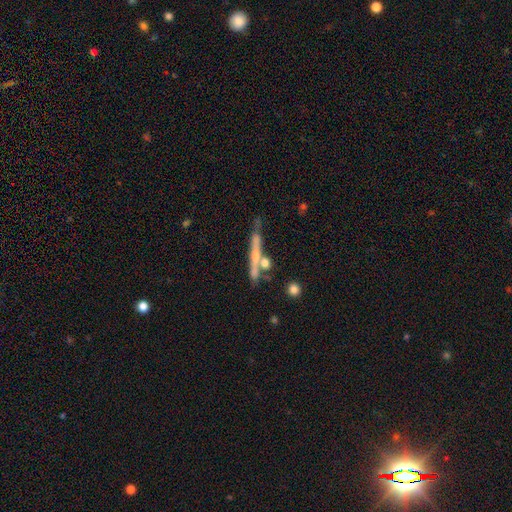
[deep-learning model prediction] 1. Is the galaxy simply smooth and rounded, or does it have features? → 61% featured or disk, 31% smooth, 8% star or artifact.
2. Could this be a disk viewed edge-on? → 90% yes, 10% no.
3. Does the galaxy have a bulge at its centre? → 62% rounded, 32% none, 6% boxy.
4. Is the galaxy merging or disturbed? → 59% none, 18% merger, 17% minor disturbance, 6% major disturbance.